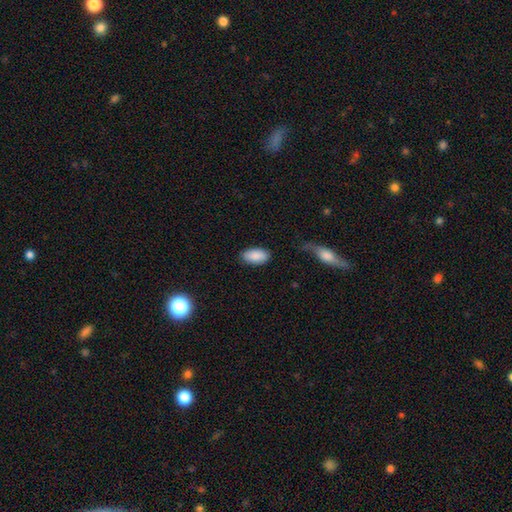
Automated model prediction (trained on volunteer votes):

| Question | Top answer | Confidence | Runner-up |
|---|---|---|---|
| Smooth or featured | smooth | 89% | star or artifact (6%) |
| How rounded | in between | 95% | round (3%) |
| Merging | none | 82% | minor disturbance (12%) |